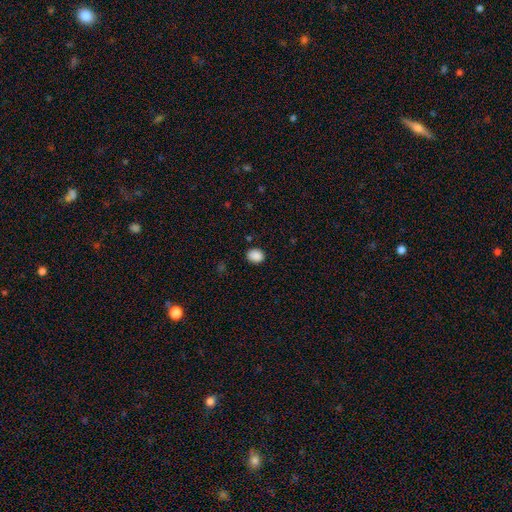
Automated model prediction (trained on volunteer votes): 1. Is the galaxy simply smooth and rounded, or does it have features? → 88% smooth, 9% star or artifact, 3% featured or disk.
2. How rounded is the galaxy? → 57% round, 42% in between, 1% cigar-shaped.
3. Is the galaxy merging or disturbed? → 87% none, 10% minor disturbance, 2% major disturbance, 1% merger.